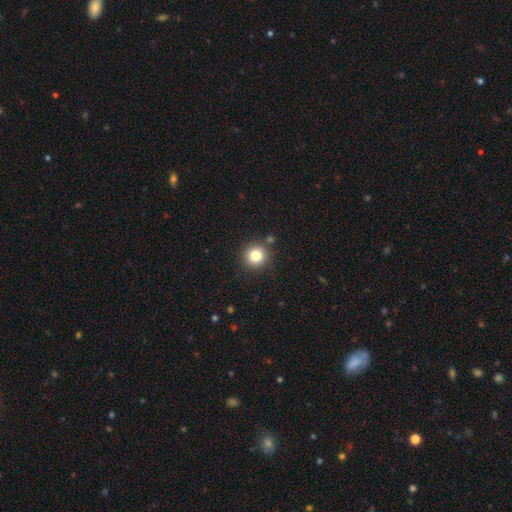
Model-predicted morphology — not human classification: type=smooth (81%); roundness=round (94%); merging=none (87%).